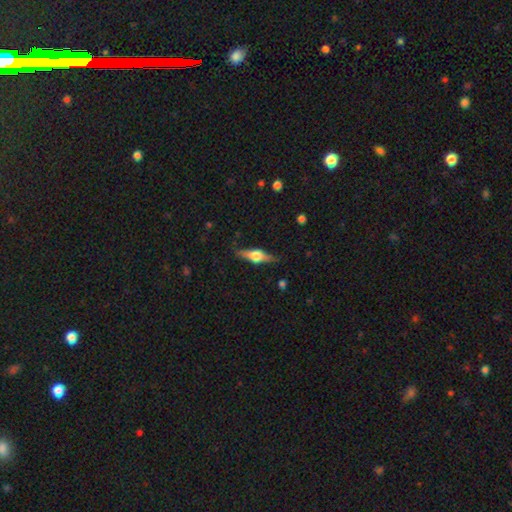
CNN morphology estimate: Smooth or featured? featured or disk (65%)
Edge-on disk? yes (95%)
Edge-on bulge? rounded (91%)
Merging? none (84%)